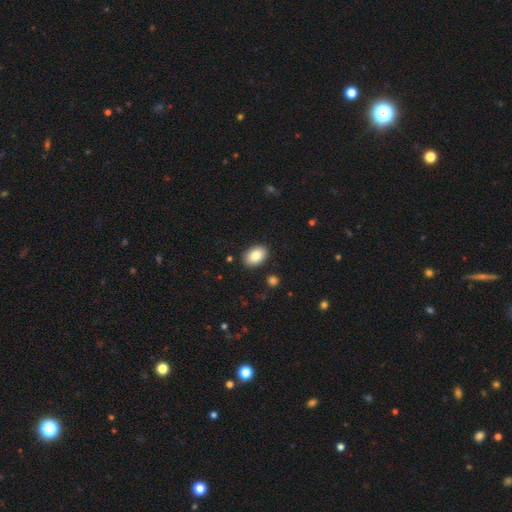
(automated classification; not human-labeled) Smooth or featured?
  - smooth: 85% *
  - featured or disk: 8%
  - star or artifact: 7%
How rounded?
  - in between: 87% *
  - round: 12%
  - cigar-shaped: 1%
Merging?
  - none: 89% *
  - minor disturbance: 8%
  - major disturbance: 2%
  - merger: 2%